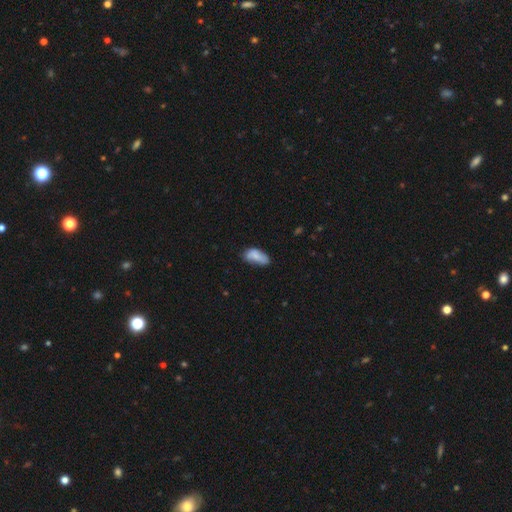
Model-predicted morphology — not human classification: Smooth or featured? Predicted: smooth (p=0.78). How rounded? Predicted: in between (p=0.89). Merging? Predicted: none (p=0.48).